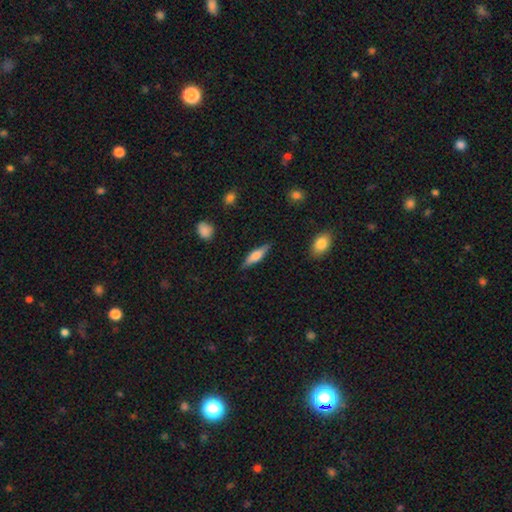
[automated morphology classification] type=smooth (55%); roundness=cigar-shaped (68%); merging=none (86%).